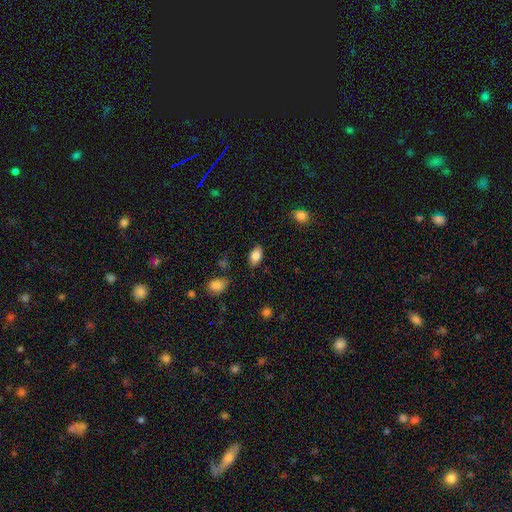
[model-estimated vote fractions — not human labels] This appears to be a smooth galaxy with no disk features (82%) that is in between round and cigar-shaped (91%). Merging: none (82%).